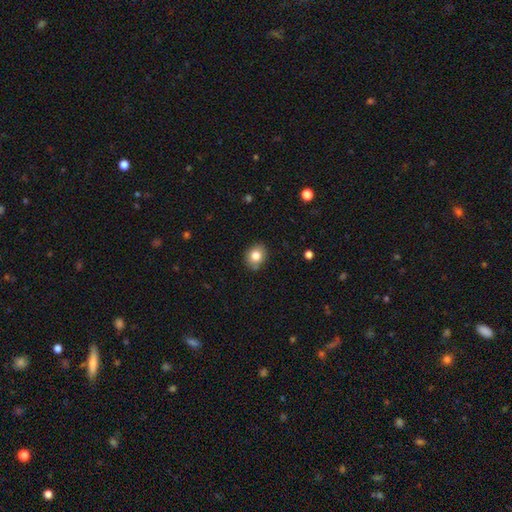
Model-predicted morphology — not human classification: smooth 81%, star or artifact 10%, featured or disk 9%. Down the decision tree: how rounded — round (60%); merging — none (85%).